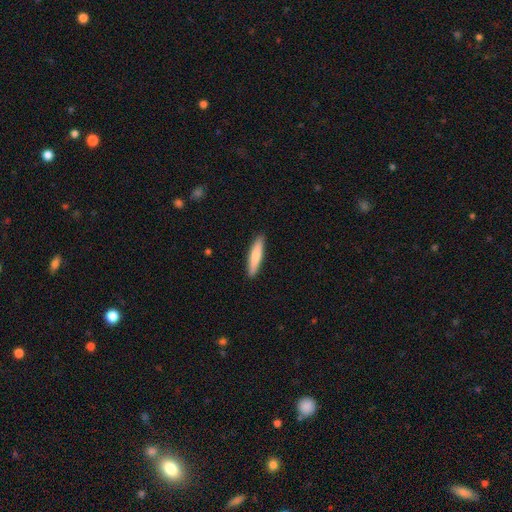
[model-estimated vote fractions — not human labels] A smooth galaxy with no disk features (76%) that is cigar-shaped (85%). Merging: none (90%).